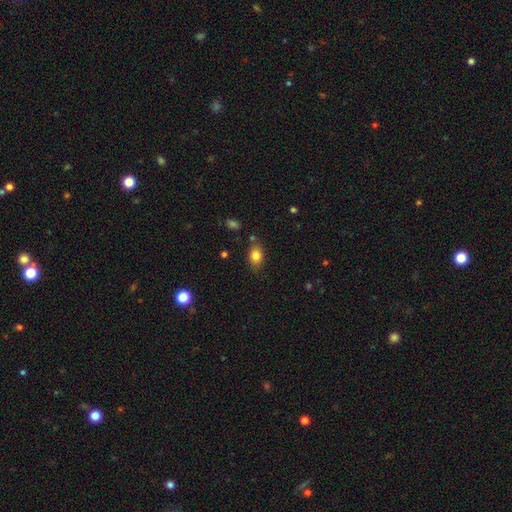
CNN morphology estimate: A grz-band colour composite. It shows a smooth galaxy with no disk features (83%) that is in between round and cigar-shaped (79%). Merging: none (77%).